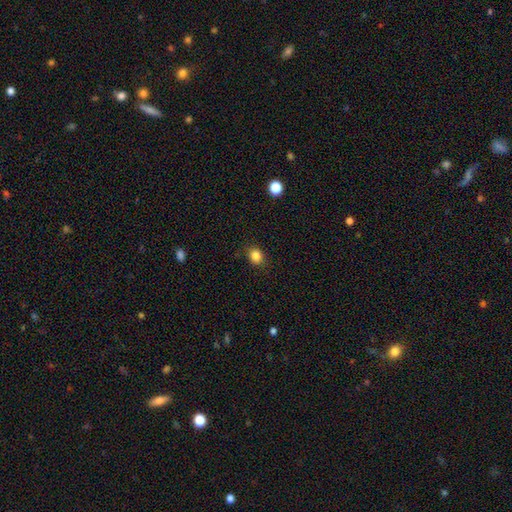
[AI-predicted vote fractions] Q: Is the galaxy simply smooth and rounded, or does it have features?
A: smooth — 85%.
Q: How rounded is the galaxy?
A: round — 60%.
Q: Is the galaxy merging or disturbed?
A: none — 85%.